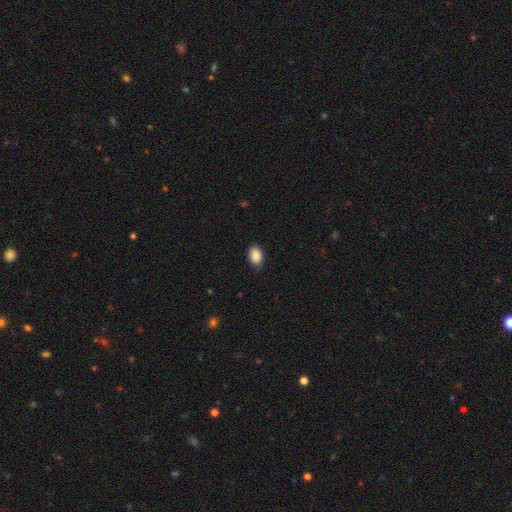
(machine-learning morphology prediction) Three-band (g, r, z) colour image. It shows a smooth galaxy with no disk features (89%) that is in between round and cigar-shaped (88%). Merging: none (85%).